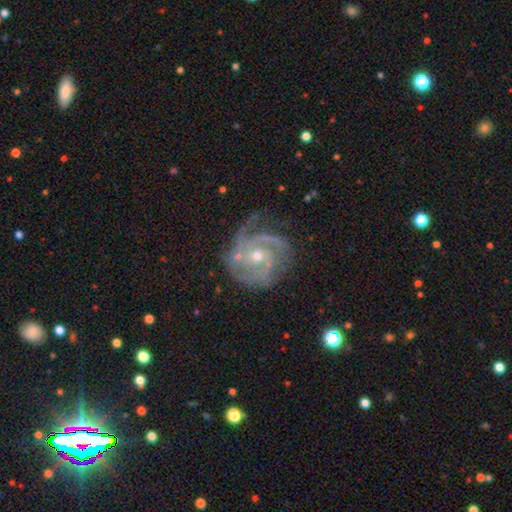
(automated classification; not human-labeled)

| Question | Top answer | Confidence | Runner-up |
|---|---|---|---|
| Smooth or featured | featured or disk | 90% | star or artifact (5%) |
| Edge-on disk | no | 98% | yes (2%) |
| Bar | no | 68% | weak (26%) |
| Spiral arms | yes | 98% | no (2%) |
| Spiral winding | tight | 59% | medium (35%) |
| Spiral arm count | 3 | 45% | 2 (24%) |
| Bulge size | moderate | 53% | small (44%) |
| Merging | none | 63% | minor disturbance (22%) |